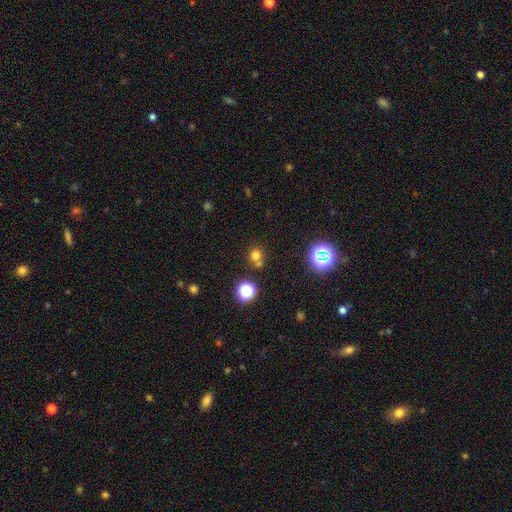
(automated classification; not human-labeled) Overall: smooth (67%). How rounded: round (87%). Merging: none (58%; merger 32%).